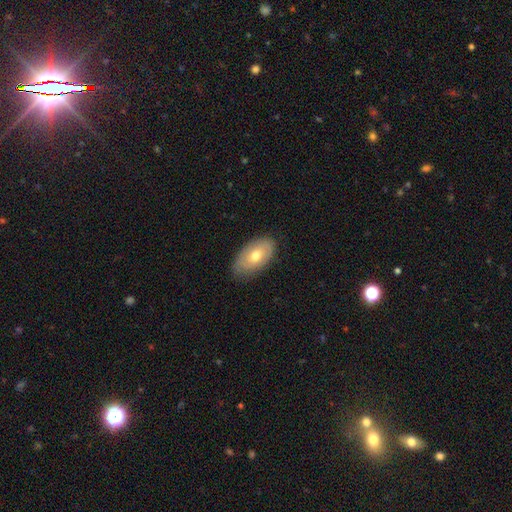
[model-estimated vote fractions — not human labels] smooth 60%, featured or disk 34%, star or artifact 6%. Down the decision tree: how rounded — in between (93%); merging — none (77%).